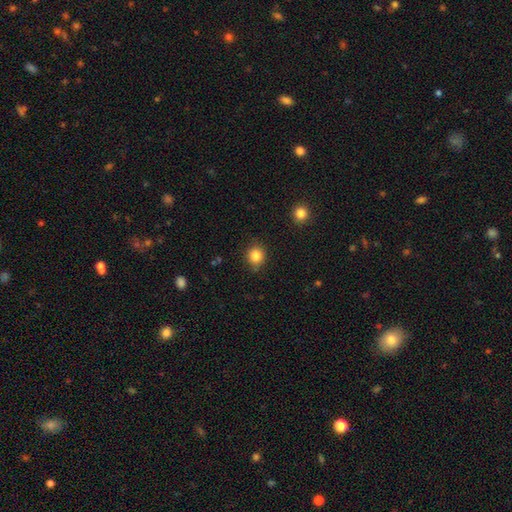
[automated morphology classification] Overall: smooth (85%). How rounded: round (85%). Merging: none (86%).